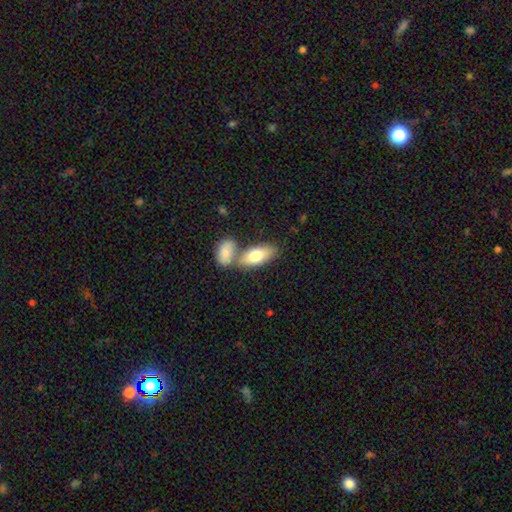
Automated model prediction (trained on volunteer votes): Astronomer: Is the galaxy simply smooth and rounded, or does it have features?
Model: smooth — 76%.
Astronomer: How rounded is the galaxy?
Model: in between — 87%.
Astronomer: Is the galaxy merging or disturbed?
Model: none — 48% (runner-up: merger, 39%).